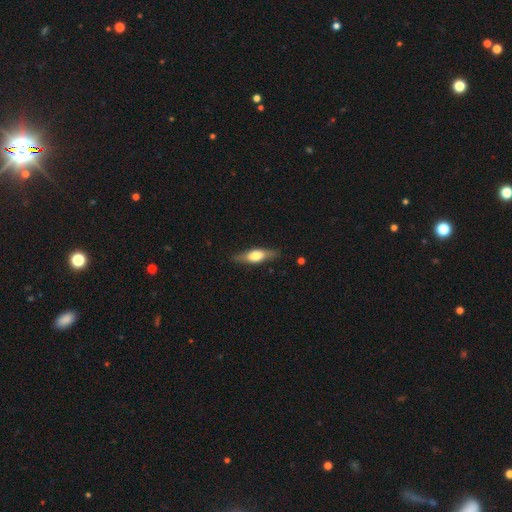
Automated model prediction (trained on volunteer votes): smooth-or-featured: smooth: 49% | featured or disk: 46% | star or artifact: 6%
  merging: none: 81% | minor disturbance: 14% | major disturbance: 3% | merger: 1%